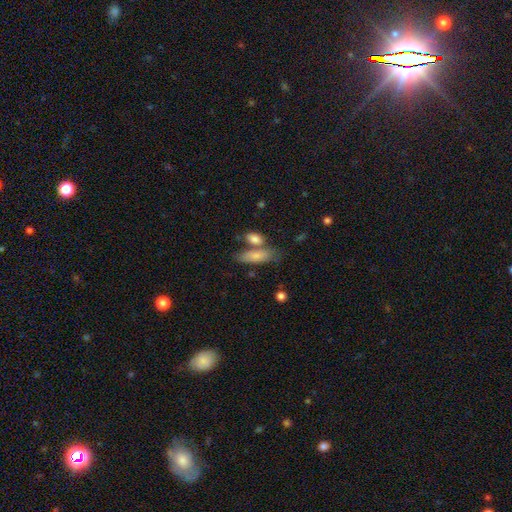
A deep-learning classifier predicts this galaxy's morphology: smooth-or-featured: smooth: 79% | featured or disk: 15% | star or artifact: 6%
  how-rounded: in between: 67% | cigar-shaped: 29% | round: 4%
  merging: none: 52% | merger: 28% | minor disturbance: 15% | major disturbance: 5%